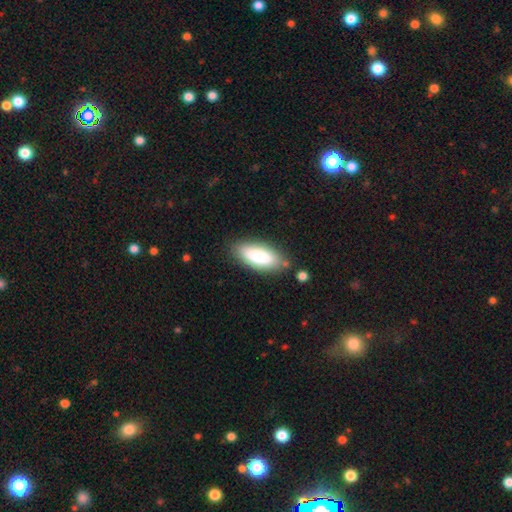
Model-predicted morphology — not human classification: Q: Smooth or featured?
A: smooth (82%); runner-up: featured or disk (12%)
Q: How rounded?
A: in between (79%); runner-up: cigar-shaped (19%)
Q: Merging?
A: none (80%); runner-up: minor disturbance (13%)